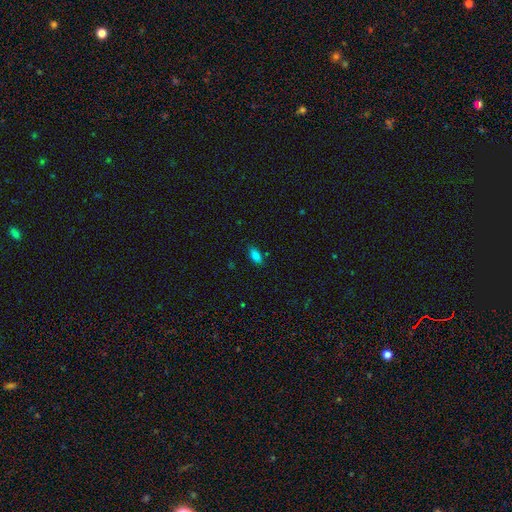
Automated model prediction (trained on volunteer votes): Smooth or featured? Predicted: smooth (p=0.81). How rounded? Predicted: in between (p=0.87). Merging? Predicted: none (p=0.83).